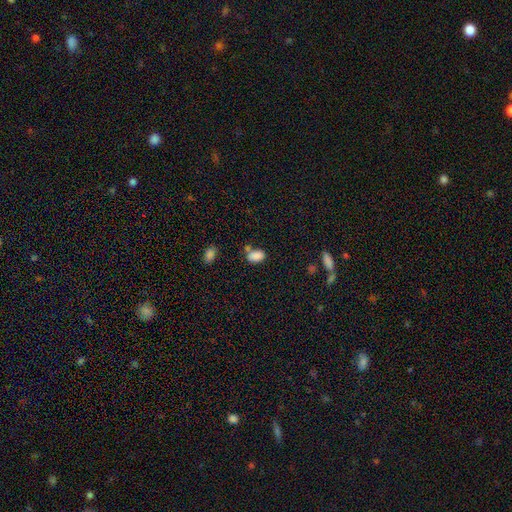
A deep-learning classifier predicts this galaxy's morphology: Smooth or featured? Predicted: smooth (p=0.85). How rounded? Predicted: in between (p=0.90). Merging? Predicted: none (p=0.57).